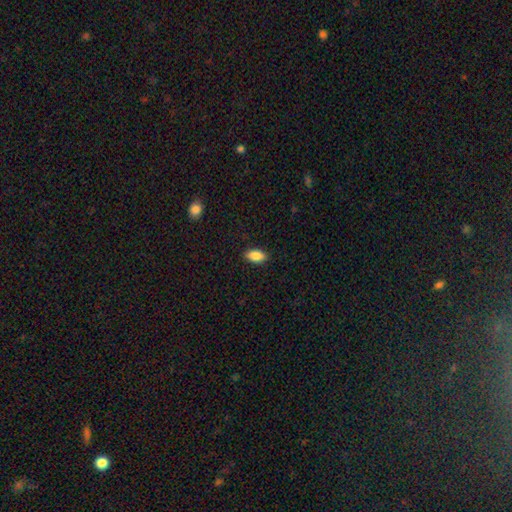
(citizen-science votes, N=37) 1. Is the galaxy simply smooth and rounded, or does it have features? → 86% smooth, 8% star or artifact, 5% featured or disk.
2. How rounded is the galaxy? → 94% in between, 6% cigar-shaped, 0% round.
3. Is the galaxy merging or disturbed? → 88% none, 6% minor disturbance, 6% major disturbance, 0% merger.